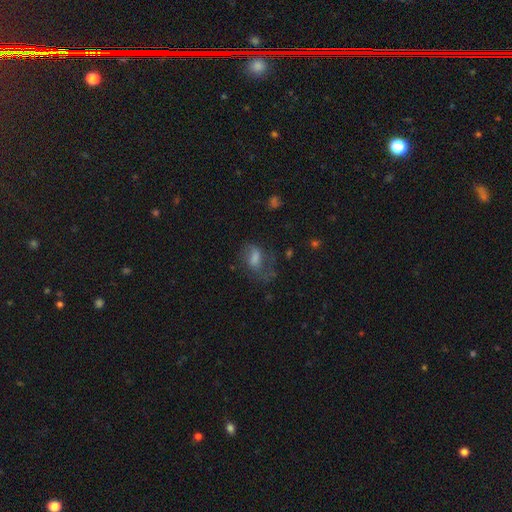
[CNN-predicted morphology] A featured or disk galaxy (45%).

Vote fractions:
- Smooth or featured? featured or disk: 45% / smooth: 38% / star or artifact: 17%
- Merging? none: 47% / major disturbance: 28% / minor disturbance: 22% / merger: 3%